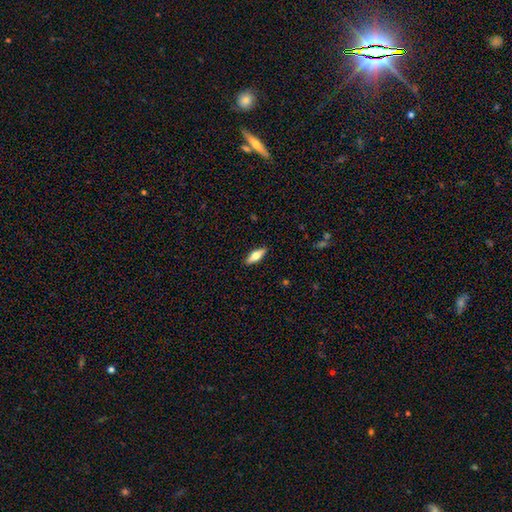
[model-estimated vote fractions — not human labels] The model was most divided on "how rounded": in between: 60%, cigar-shaped: 37%, round: 2%. More confident: merging — none (89%); smooth or featured — smooth (61%).